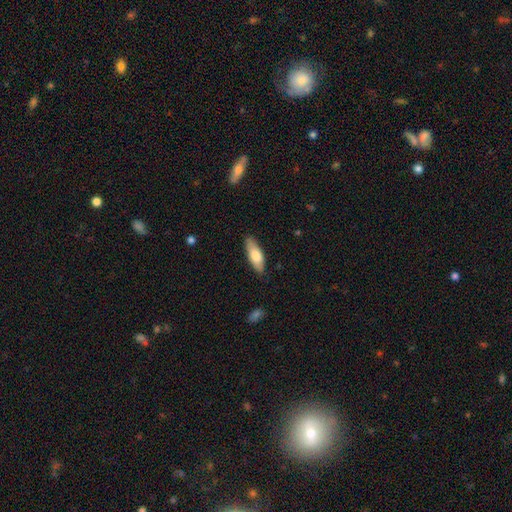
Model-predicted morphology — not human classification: Overall: smooth (75%). How rounded: in between (62%; cigar-shaped 37%). Merging: none (84%).